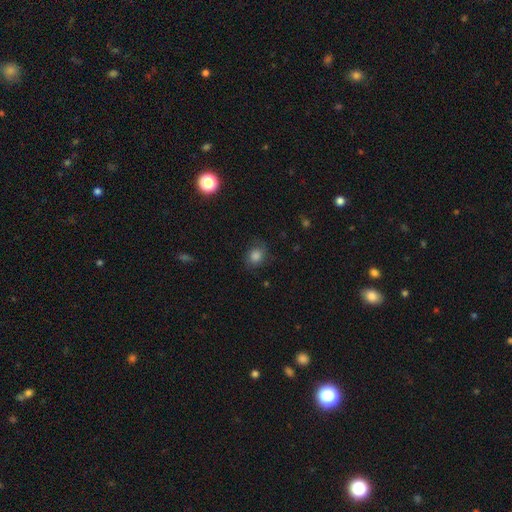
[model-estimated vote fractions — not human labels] Smooth or featured: smooth — 75% (featured or disk — 13%)
How rounded: round — 68% (in between — 31%)
Merging: none — 67% (minor disturbance — 21%)